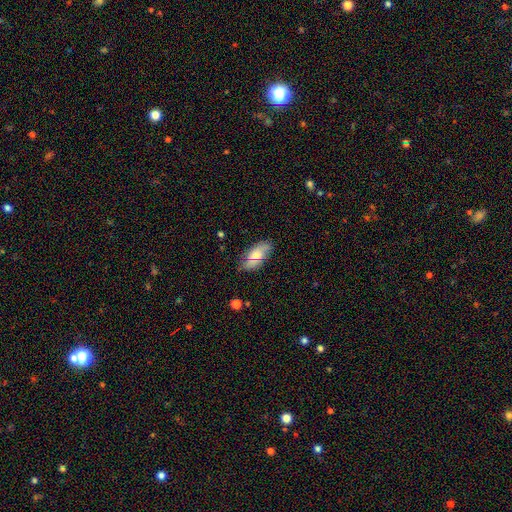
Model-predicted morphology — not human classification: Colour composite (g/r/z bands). It shows a smooth galaxy with no disk features (58%) that is in between round and cigar-shaped (88%). Merging: none (76%).